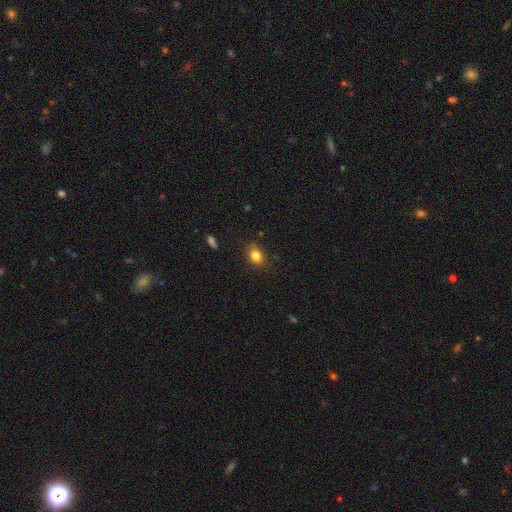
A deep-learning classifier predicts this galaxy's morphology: smooth 82%, star or artifact 11%, featured or disk 7%. Down the decision tree: how rounded — in between (67%); merging — none (82%).